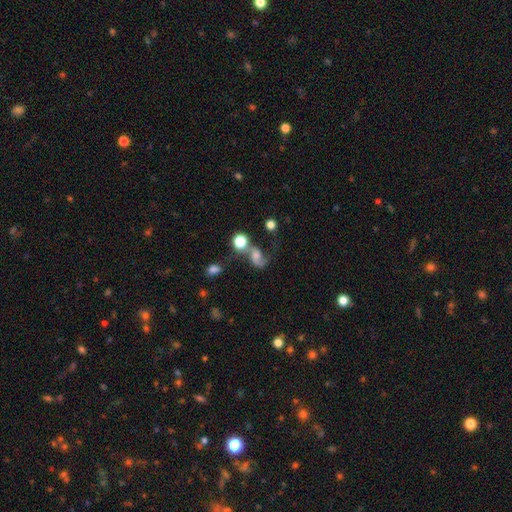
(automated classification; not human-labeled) featured or disk 47%, smooth 38%, star or artifact 15%. Down the decision tree: merging — merger (32%).